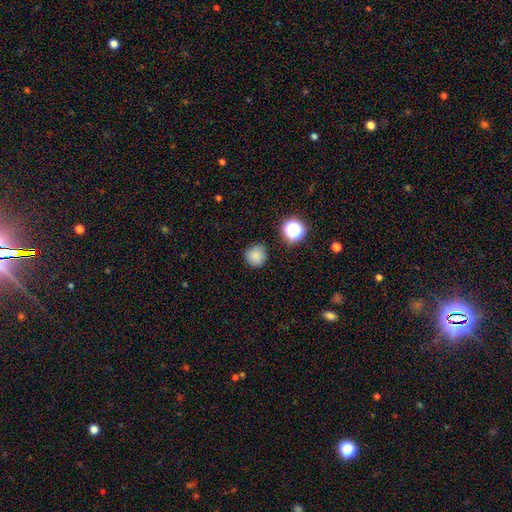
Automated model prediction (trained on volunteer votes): This appears to be a smooth galaxy with no disk features (81%) that is round (94%). Merging: none (84%).